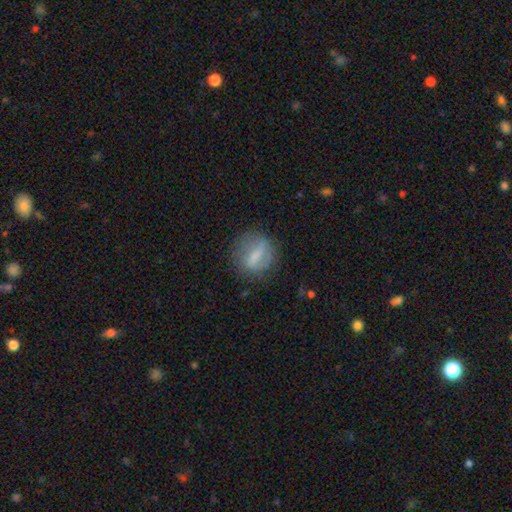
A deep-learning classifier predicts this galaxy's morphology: Overall: smooth (49%; featured or disk 42%). Merging: none (74%).